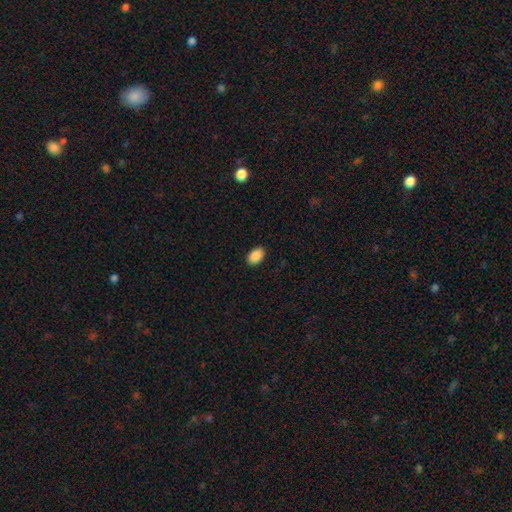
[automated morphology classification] A smooth galaxy with no disk features (90%) that is in between round and cigar-shaped (91%).

Vote fractions:
- Smooth or featured? smooth: 90% / star or artifact: 7% / featured or disk: 3%
- How rounded? in between: 91% / round: 8% / cigar-shaped: 1%
- Merging? none: 90% / minor disturbance: 8% / major disturbance: 2% / merger: 1%